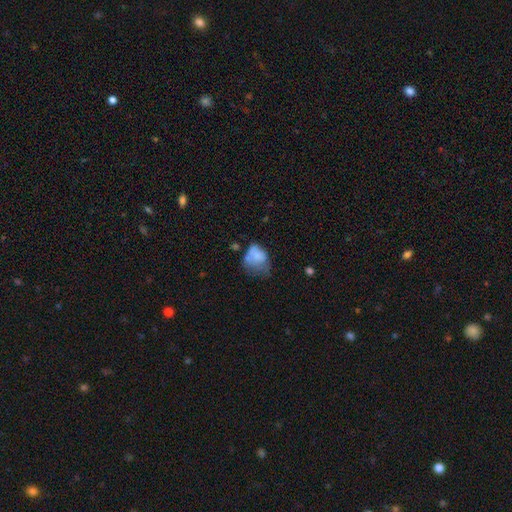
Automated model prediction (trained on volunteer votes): Smooth or featured? Predicted: smooth (p=0.65). How rounded? Predicted: in between (p=0.65). Merging? Predicted: major disturbance (p=0.37).